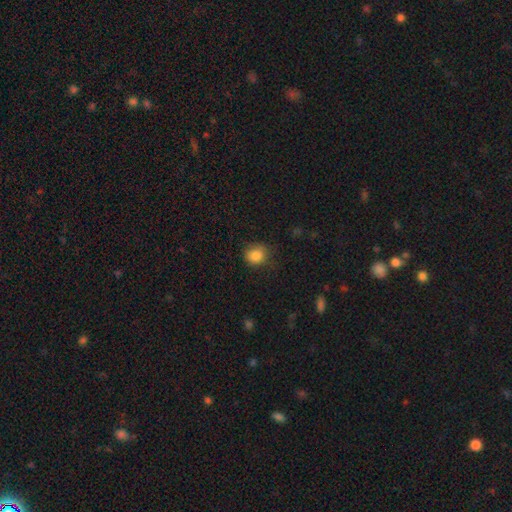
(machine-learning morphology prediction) Q: Smooth or featured?
A: smooth (85%); runner-up: star or artifact (11%)
Q: How rounded?
A: round (78%); runner-up: in between (21%)
Q: Merging?
A: none (74%); runner-up: minor disturbance (20%)